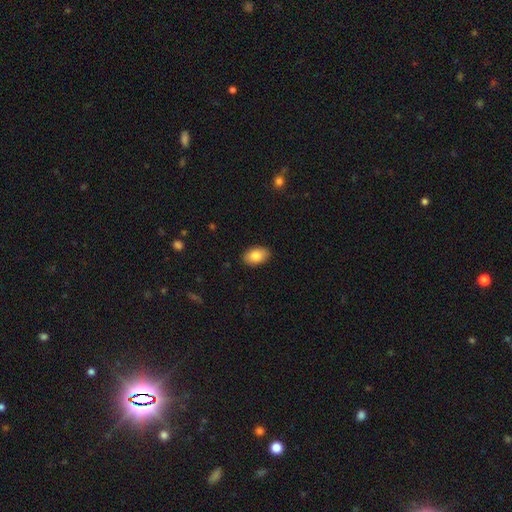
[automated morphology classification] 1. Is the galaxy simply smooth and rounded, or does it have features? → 85% smooth, 8% featured or disk, 7% star or artifact.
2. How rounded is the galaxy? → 90% in between, 9% round, 1% cigar-shaped.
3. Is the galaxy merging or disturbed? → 88% none, 9% minor disturbance, 2% major disturbance, 1% merger.